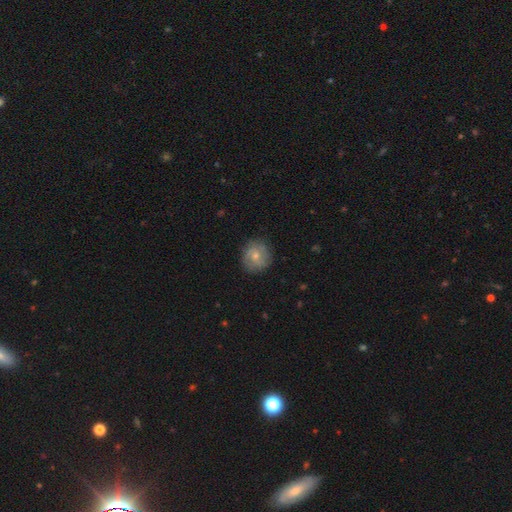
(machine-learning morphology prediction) Smooth or featured: smooth — 49% (featured or disk — 43%)
Merging: none — 81% (minor disturbance — 14%)